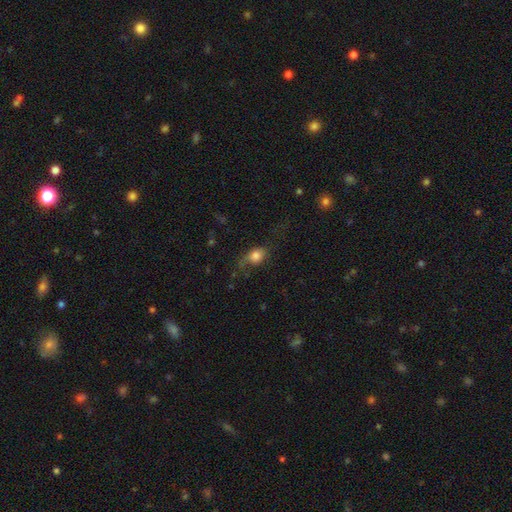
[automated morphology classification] smooth_or_featured: smooth (p=0.72) [alt: featured or disk p=0.18]
how_rounded: in between (p=0.57) [alt: round p=0.39]
merging: none (p=0.45) [alt: minor disturbance p=0.27]